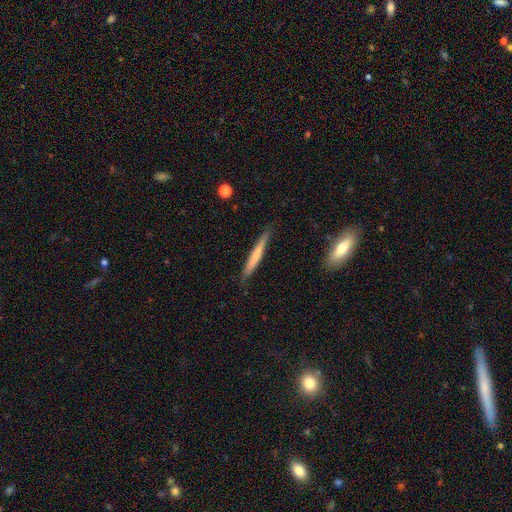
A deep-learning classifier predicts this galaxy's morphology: Smooth or featured? smooth (60%)
How rounded? cigar-shaped (96%)
Merging? none (85%)